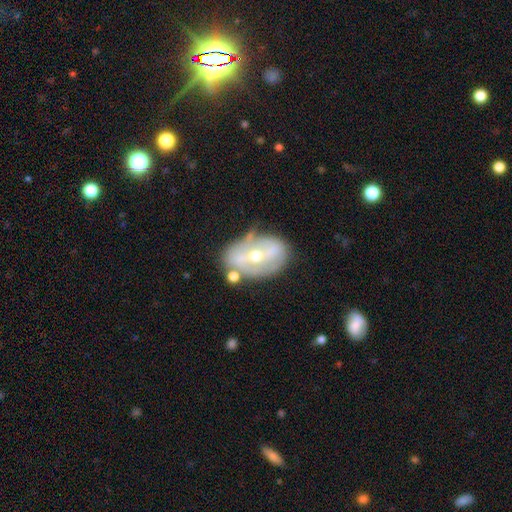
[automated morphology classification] This is likely a featured or disk galaxy (71%). It is clearly not viewed edge-on (92%). Bar: marginally strong (42%). Spiral arm pattern: possibly no (55%). Central bulge: possibly moderate (55%). Merging: possibly none (59%).